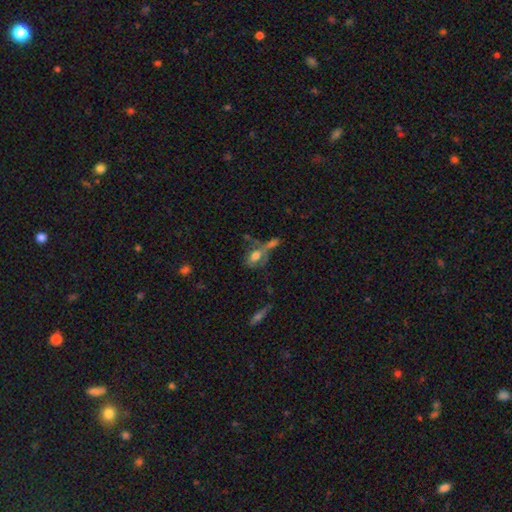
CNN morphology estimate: smooth_or_featured: smooth (p=0.57) [alt: featured or disk p=0.31]
how_rounded: in between (p=0.77) [alt: round p=0.17]
merging: merger (p=0.35) [alt: none p=0.34]